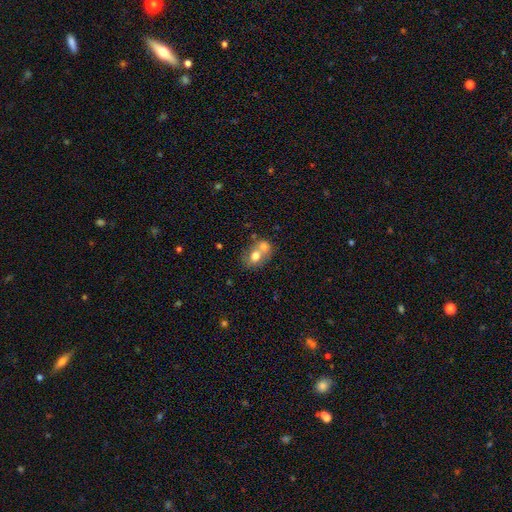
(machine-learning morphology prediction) A smooth galaxy with no disk features (68%) that is in between round and cigar-shaped (54%). Merging: merger (60%).